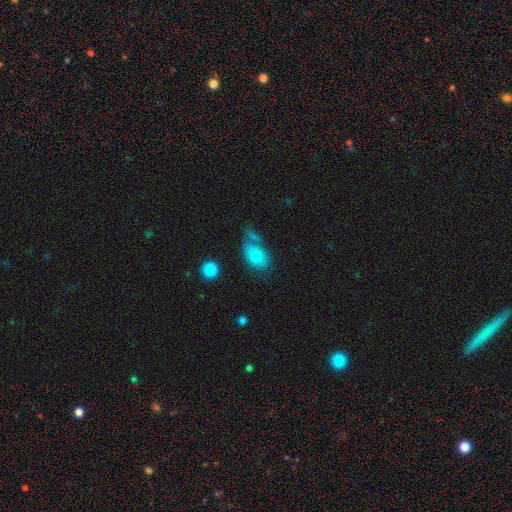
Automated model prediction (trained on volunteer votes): A smooth galaxy with no disk features (79%) that is in between round and cigar-shaped (88%).

Vote fractions:
- Smooth or featured? smooth: 79% / featured or disk: 13% / star or artifact: 8%
- How rounded? in between: 88% / round: 10% / cigar-shaped: 2%
- Merging? none: 40% / merger: 23% / minor disturbance: 22% / major disturbance: 15%